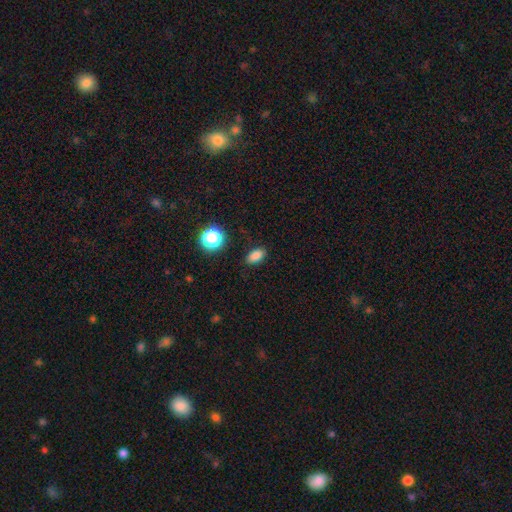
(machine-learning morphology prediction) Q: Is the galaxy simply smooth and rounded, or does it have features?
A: smooth — 83%.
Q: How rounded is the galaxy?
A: in between — 86%.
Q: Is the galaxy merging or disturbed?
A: none — 88%.